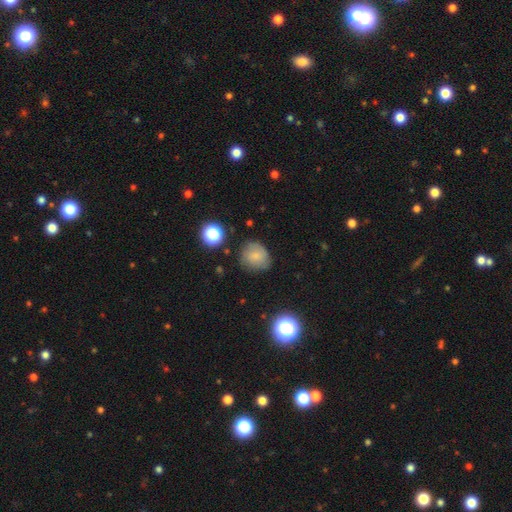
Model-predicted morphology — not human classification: This appears to be a smooth galaxy with no disk features (72%) that is round (77%). Merging: none (69%).